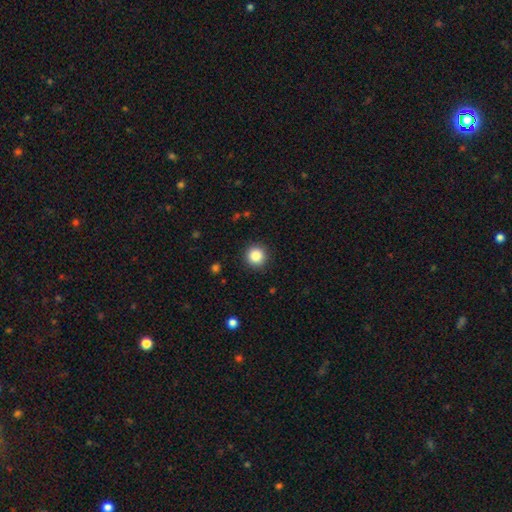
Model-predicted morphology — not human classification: A smooth galaxy with no disk features (86%) that is round (95%). Merging: none (91%).